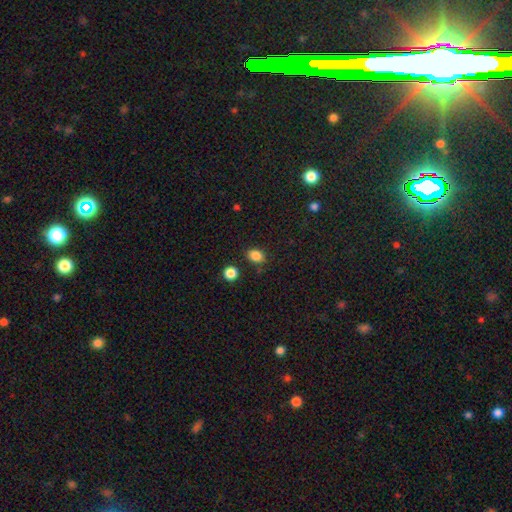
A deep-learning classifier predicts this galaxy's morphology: A smooth galaxy with no disk features (85%) that is in between round and cigar-shaped (58%).

Vote fractions:
- Smooth or featured? smooth: 85% / star or artifact: 11% / featured or disk: 4%
- How rounded? in between: 58% / round: 41% / cigar-shaped: 1%
- Merging? none: 81% / minor disturbance: 11% / merger: 5% / major disturbance: 3%